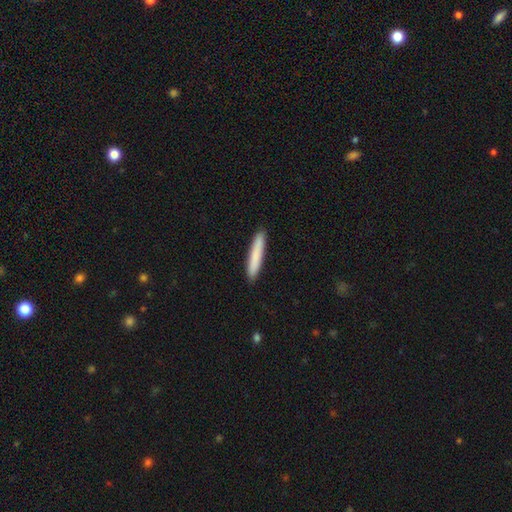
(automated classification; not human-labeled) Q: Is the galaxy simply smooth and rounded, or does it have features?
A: smooth — 82%.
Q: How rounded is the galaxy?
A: cigar-shaped — 94%.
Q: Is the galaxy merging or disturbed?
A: none — 91%.